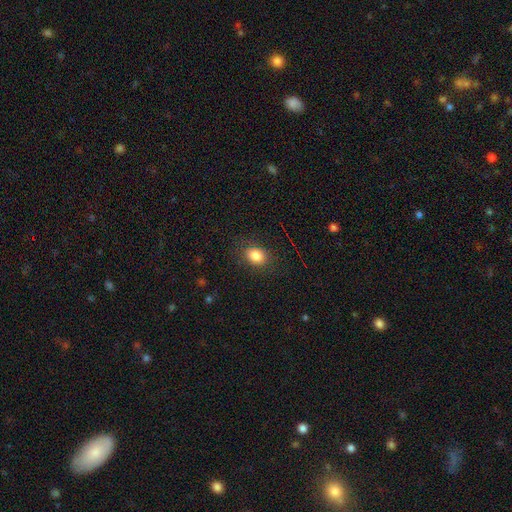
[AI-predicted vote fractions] smooth 84%, star or artifact 10%, featured or disk 6%. Down the decision tree: how rounded — in between (65%); merging — none (84%).